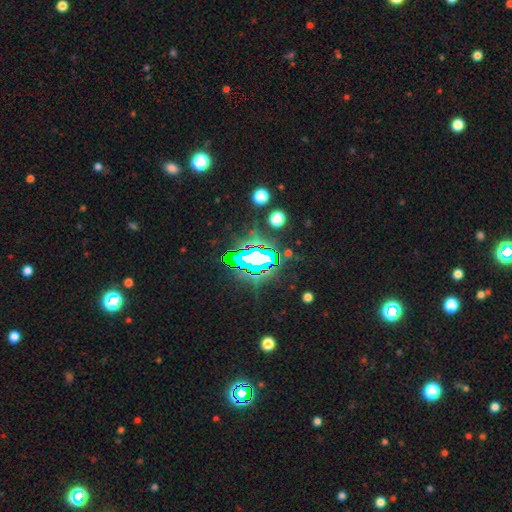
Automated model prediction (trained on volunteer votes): Smooth or featured? Predicted: star or artifact (p=0.71).